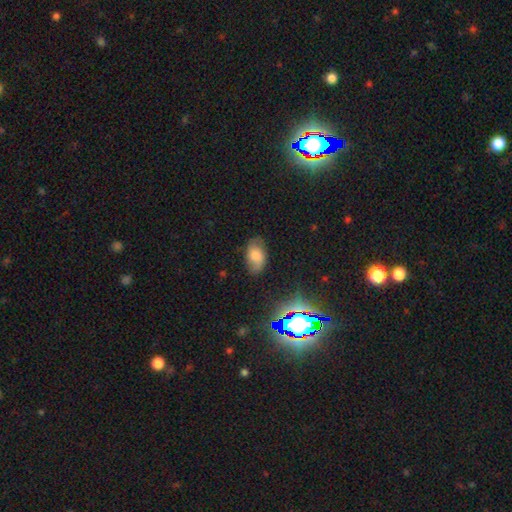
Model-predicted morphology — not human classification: A smooth galaxy with no disk features (63%) that is in between round and cigar-shaped (90%).

Vote fractions:
- Smooth or featured? smooth: 63% / featured or disk: 25% / star or artifact: 13%
- How rounded? in between: 90% / round: 8% / cigar-shaped: 2%
- Merging? none: 71% / minor disturbance: 22% / major disturbance: 6% / merger: 2%